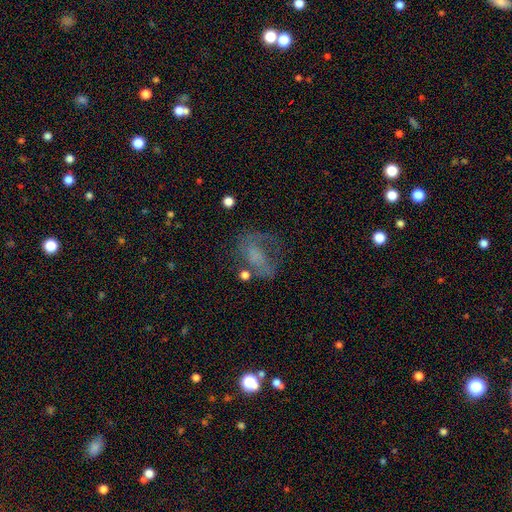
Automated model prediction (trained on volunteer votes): featured or disk 52%, smooth 32%, star or artifact 17%. Down the decision tree: edge-on disk — no (96%); merging — none (40%).